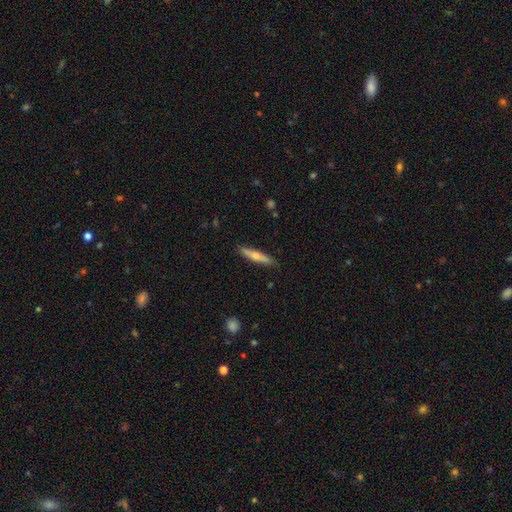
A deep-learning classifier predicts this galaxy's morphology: Smooth or featured?
  - featured or disk: 50% *
  - smooth: 43%
  - star or artifact: 7%
Merging?
  - none: 89% *
  - minor disturbance: 9%
  - major disturbance: 2%
  - merger: 1%